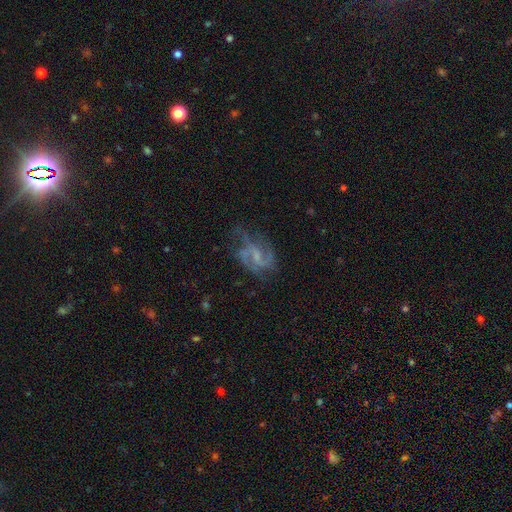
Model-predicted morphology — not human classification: A featured or disk galaxy (78%) with a weak bar (50%), 2 (60%) medium (47%) spiral arms (89%) and a small central bulge (44%). Merging: none (51%).